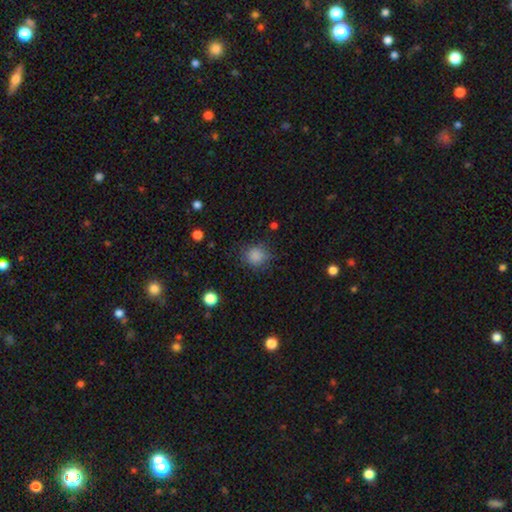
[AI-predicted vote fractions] Smooth or featured? Predicted: smooth (p=0.84). How rounded? Predicted: round (p=0.81). Merging? Predicted: none (p=0.77).